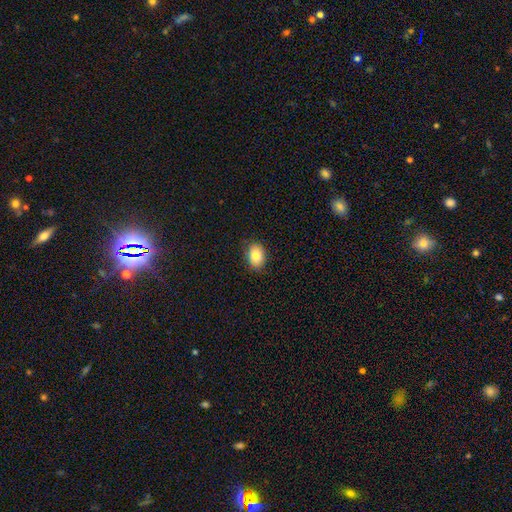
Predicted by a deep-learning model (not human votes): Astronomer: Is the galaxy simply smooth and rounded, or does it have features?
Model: smooth — 83%.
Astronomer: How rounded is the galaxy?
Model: in between — 77%.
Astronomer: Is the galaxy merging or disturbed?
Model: none — 84%.